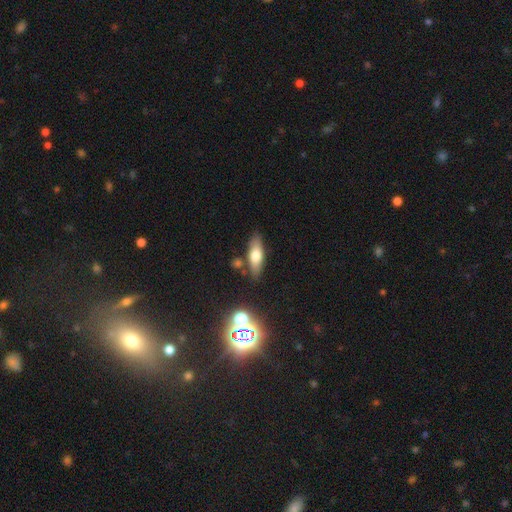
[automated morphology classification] Q: Smooth or featured?
A: smooth (63%); runner-up: featured or disk (28%)
Q: How rounded?
A: in between (56%); runner-up: cigar-shaped (40%)
Q: Merging?
A: none (78%); runner-up: minor disturbance (12%)